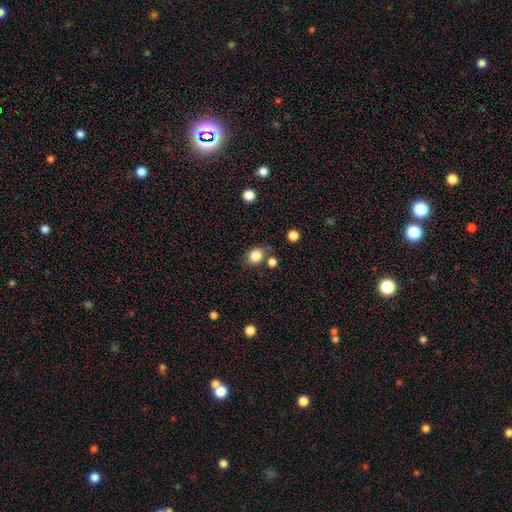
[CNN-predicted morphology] Smooth or featured?
  - smooth: 84% *
  - star or artifact: 10%
  - featured or disk: 5%
How rounded?
  - round: 60% *
  - in between: 39%
  - cigar-shaped: 1%
Merging?
  - none: 73% *
  - minor disturbance: 14%
  - merger: 9%
  - major disturbance: 4%